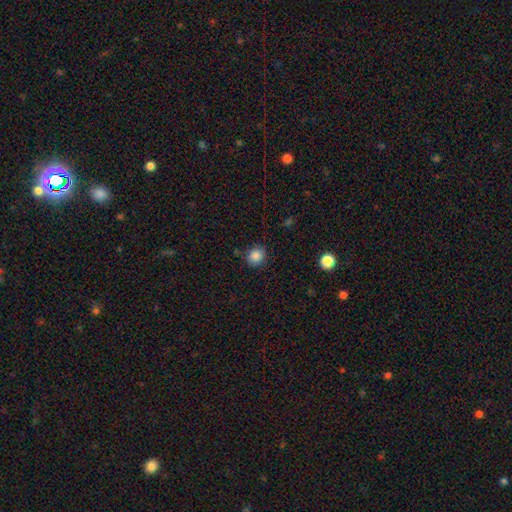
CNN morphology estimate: Smooth or featured: smooth — 86% (star or artifact — 10%)
How rounded: round — 77% (in between — 22%)
Merging: none — 83% (minor disturbance — 12%)